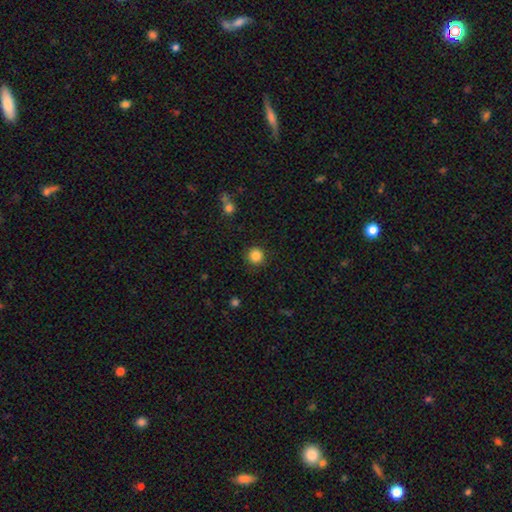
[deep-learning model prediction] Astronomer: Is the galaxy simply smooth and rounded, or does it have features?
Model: smooth — 85%.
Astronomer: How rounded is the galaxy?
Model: round — 94%.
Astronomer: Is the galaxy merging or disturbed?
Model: none — 90%.